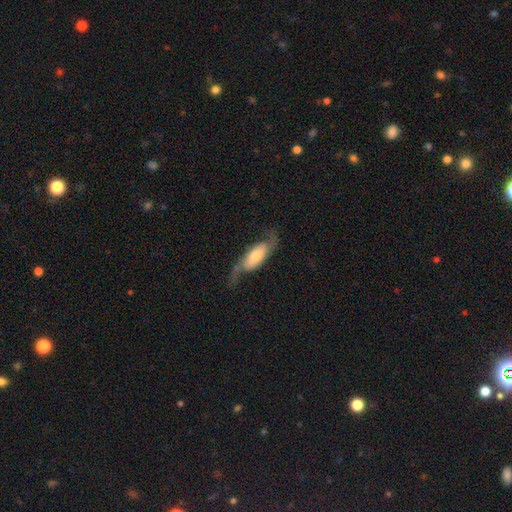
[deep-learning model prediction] Morphology: type=featured or disk (63%); edge-on=no (82%); bar=no (58%); spiral arms=yes (89%); bulge=moderate (38%); merging=none (59%).